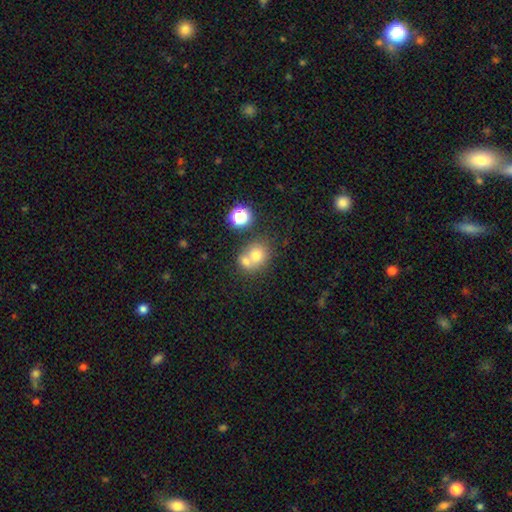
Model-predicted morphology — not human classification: This appears to be a smooth galaxy with no disk features (70%) that is round (73%). Merging: merger (53%).